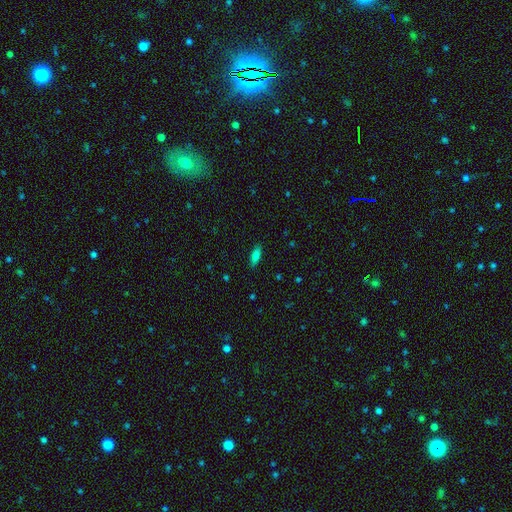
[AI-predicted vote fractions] The model was most divided on "how rounded": in between: 64%, cigar-shaped: 33%, round: 3%. More confident: merging — none (86%); smooth or featured — smooth (75%).